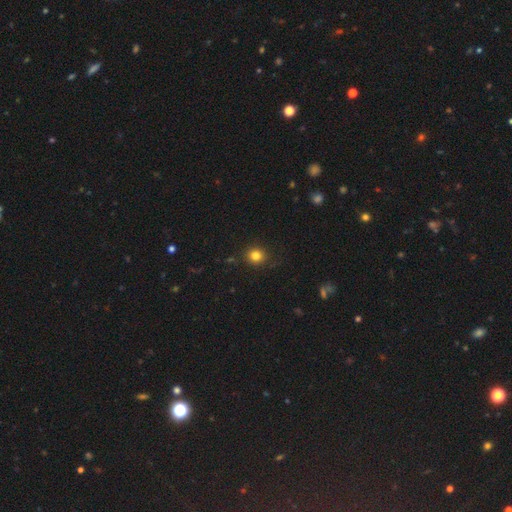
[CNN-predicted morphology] A smooth galaxy with no disk features (81%) that is round (87%).

Vote fractions:
- Smooth or featured? smooth: 81% / star or artifact: 13% / featured or disk: 6%
- How rounded? round: 87% / in between: 12% / cigar-shaped: 1%
- Merging? none: 86% / minor disturbance: 9% / major disturbance: 3% / merger: 1%